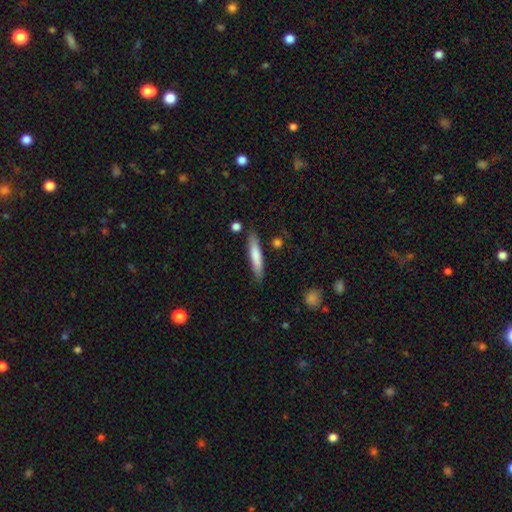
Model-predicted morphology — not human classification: This appears to be a smooth galaxy with no disk features (75%) that is cigar-shaped (89%). Merging: none (85%).